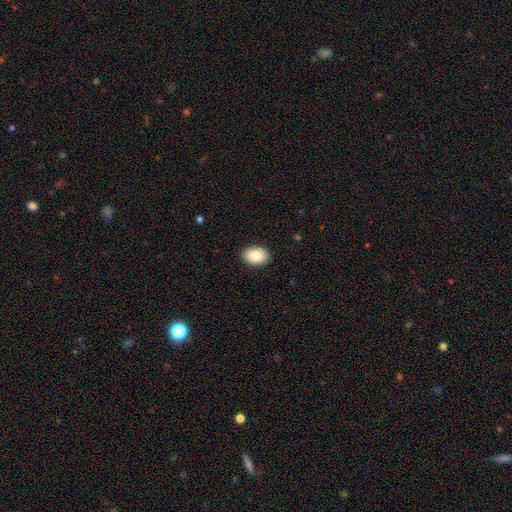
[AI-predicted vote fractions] Smooth or featured? smooth (87%)
How rounded? in between (83%)
Merging? none (90%)